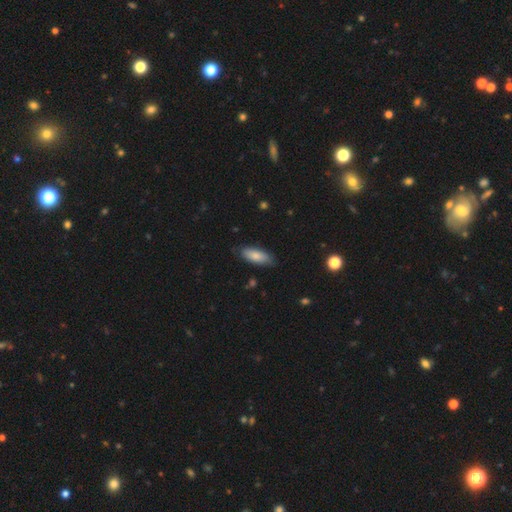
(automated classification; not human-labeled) smooth-or-featured: smooth: 80% | featured or disk: 14% | star or artifact: 6%
  how-rounded: in between: 75% | cigar-shaped: 24% | round: 2%
  merging: none: 79% | minor disturbance: 16% | major disturbance: 3% | merger: 1%